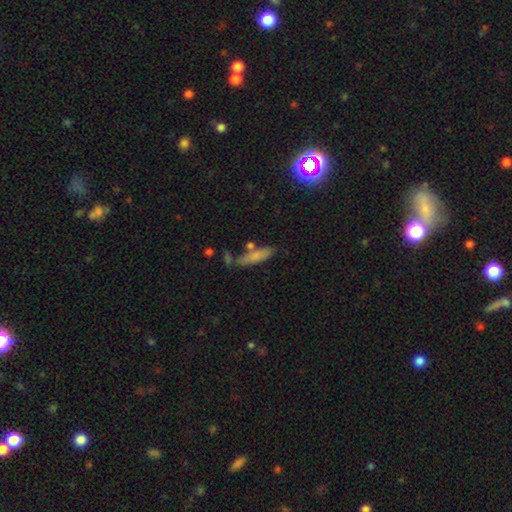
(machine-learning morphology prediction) smooth 76%, featured or disk 16%, star or artifact 8%. Down the decision tree: how rounded — cigar-shaped (68%); merging — none (68%).